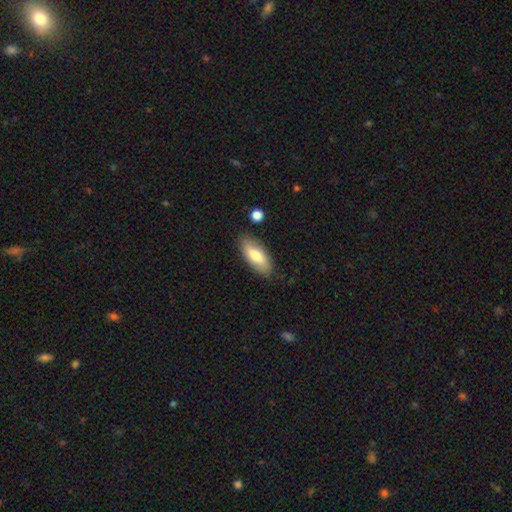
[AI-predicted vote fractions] A smooth galaxy with no disk features (76%) that is in between round and cigar-shaped (83%).

Vote fractions:
- Smooth or featured? smooth: 76% / featured or disk: 18% / star or artifact: 6%
- How rounded? in between: 83% / cigar-shaped: 14% / round: 2%
- Merging? none: 82% / minor disturbance: 13% / major disturbance: 3% / merger: 2%